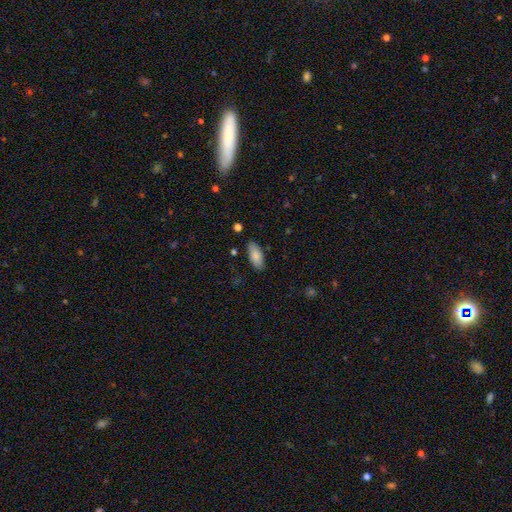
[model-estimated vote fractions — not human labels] Smooth or featured? smooth (86%)
How rounded? in between (87%)
Merging? none (85%)